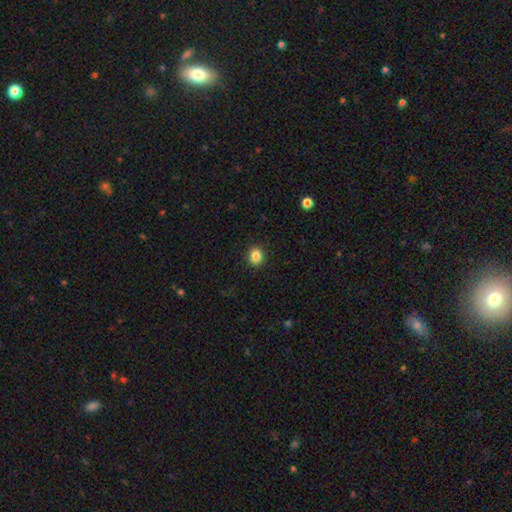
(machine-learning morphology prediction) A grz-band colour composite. It shows a smooth galaxy with no disk features (85%) that is round (66%). Merging: none (91%).